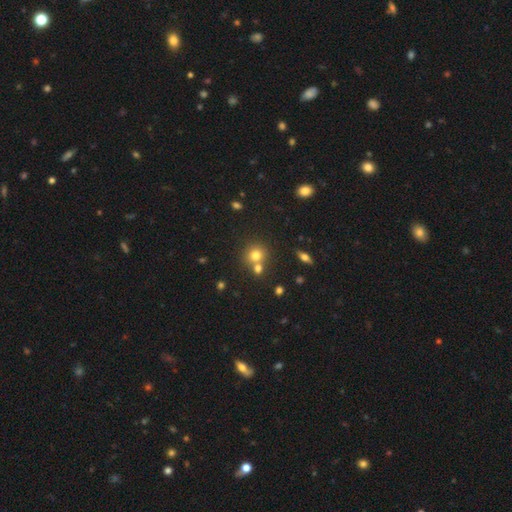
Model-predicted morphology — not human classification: Smooth or featured: smooth — 75% (star or artifact — 14%)
How rounded: round — 84% (in between — 15%)
Merging: none — 55% (merger — 33%)